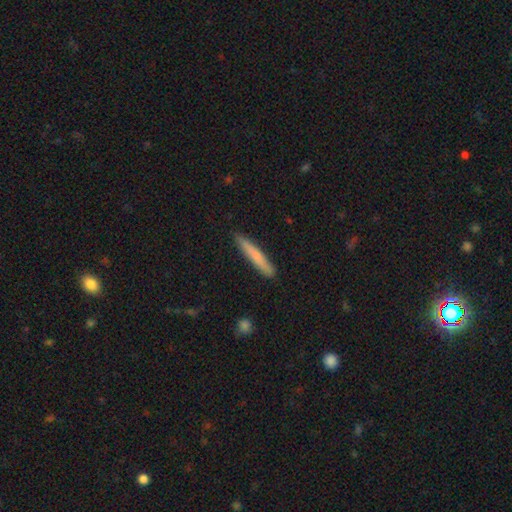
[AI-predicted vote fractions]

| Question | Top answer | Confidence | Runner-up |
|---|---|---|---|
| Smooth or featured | smooth | 74% | featured or disk (20%) |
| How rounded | cigar-shaped | 95% | in between (4%) |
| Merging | none | 89% | minor disturbance (8%) |